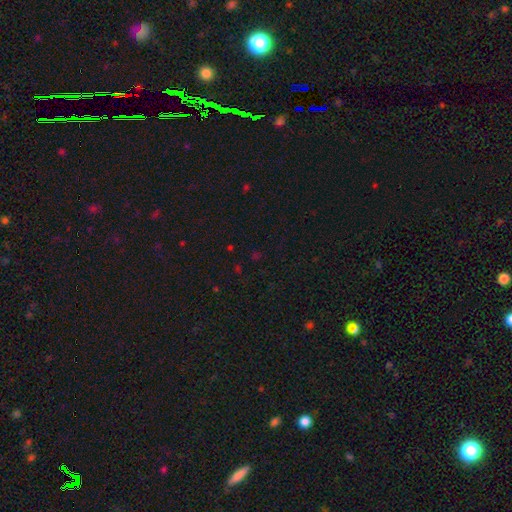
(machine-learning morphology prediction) star or artifact 60%, smooth 33%, featured or disk 7%.